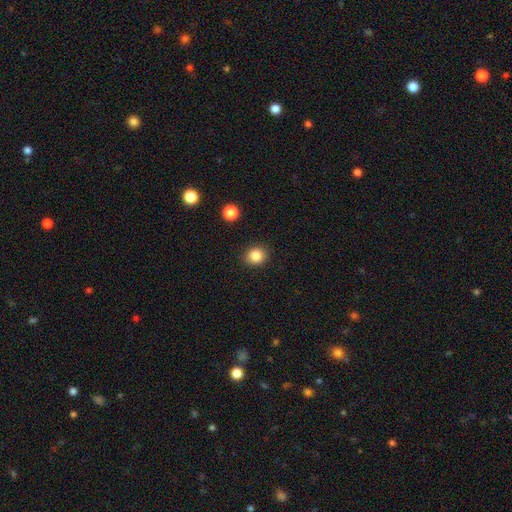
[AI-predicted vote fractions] smooth_or_featured: smooth (p=0.85) [alt: star or artifact p=0.11]
how_rounded: round (p=0.81) [alt: in between p=0.18]
merging: none (p=0.89) [alt: minor disturbance p=0.08]